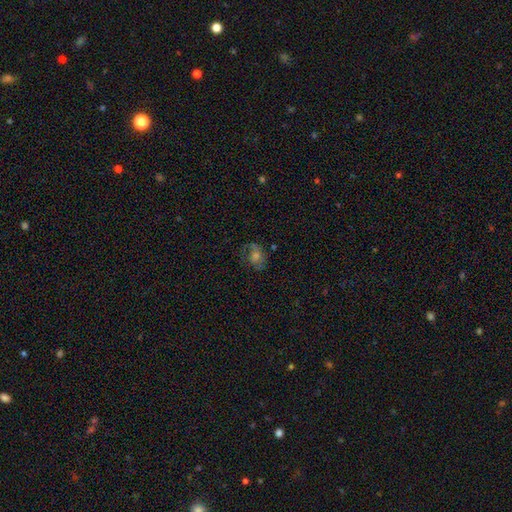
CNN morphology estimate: A featured or disk galaxy (46%). Merging: none (65%).